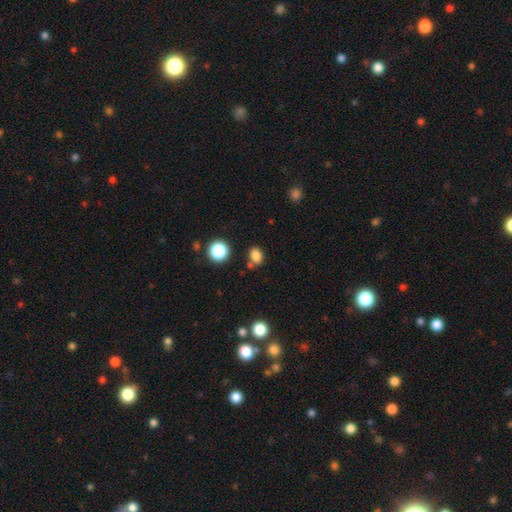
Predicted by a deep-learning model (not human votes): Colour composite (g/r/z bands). It shows a smooth galaxy with no disk features (82%) that is in between round and cigar-shaped (58%). Merging: none (71%).